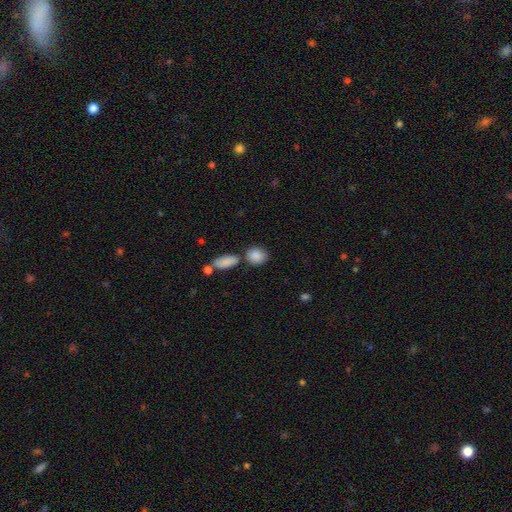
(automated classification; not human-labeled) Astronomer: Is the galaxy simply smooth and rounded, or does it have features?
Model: smooth — 87%.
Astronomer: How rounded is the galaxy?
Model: round — 59% (runner-up: in between, 39%).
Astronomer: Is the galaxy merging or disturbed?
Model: none — 66%.